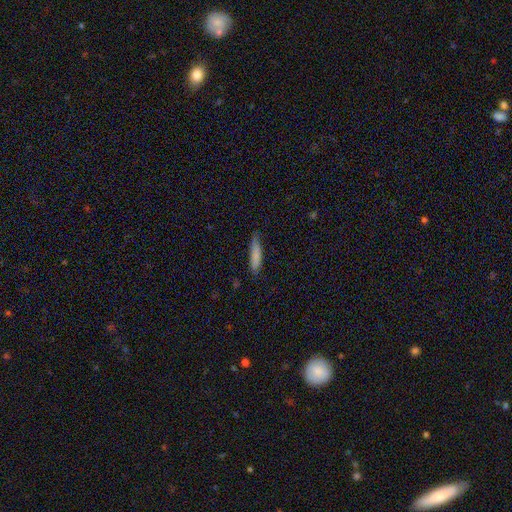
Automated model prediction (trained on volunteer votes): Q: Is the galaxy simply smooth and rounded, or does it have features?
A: smooth — 81%.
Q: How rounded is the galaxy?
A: cigar-shaped — 83%.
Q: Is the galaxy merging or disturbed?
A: none — 76%.